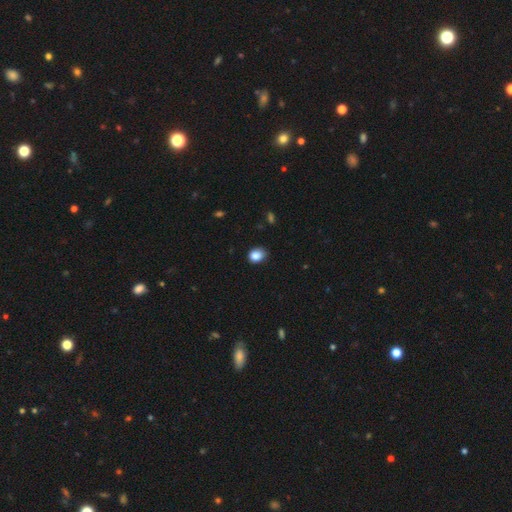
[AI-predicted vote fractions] This appears to be a smooth galaxy with no disk features (87%) that is round (52%). Merging: none (73%).